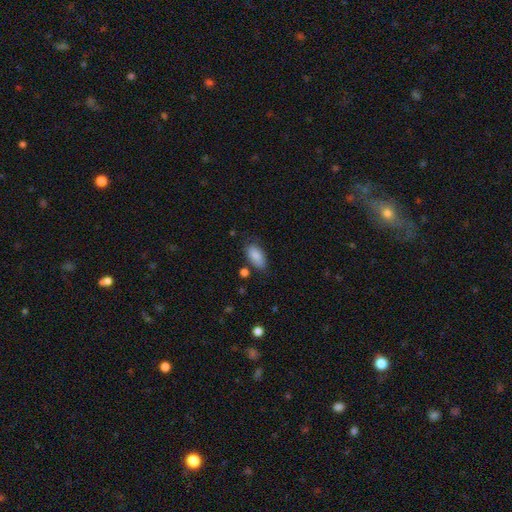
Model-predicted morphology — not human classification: type=smooth (86%); roundness=in between (91%); merging=none (70%).